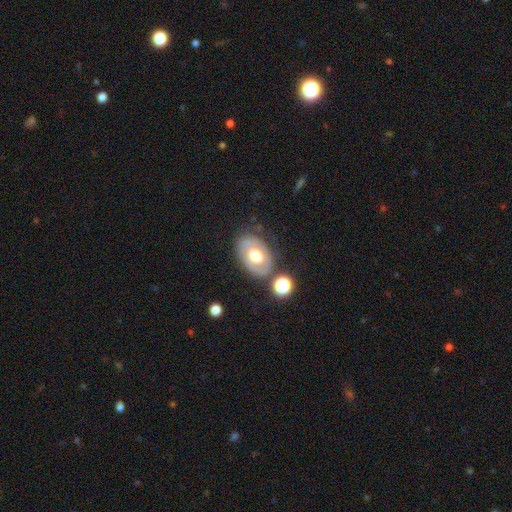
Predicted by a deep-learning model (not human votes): Smooth or featured: featured or disk — 52% (smooth — 40%)
Edge-on disk: no — 92% (yes — 8%)
Merging: none — 72% (minor disturbance — 16%)